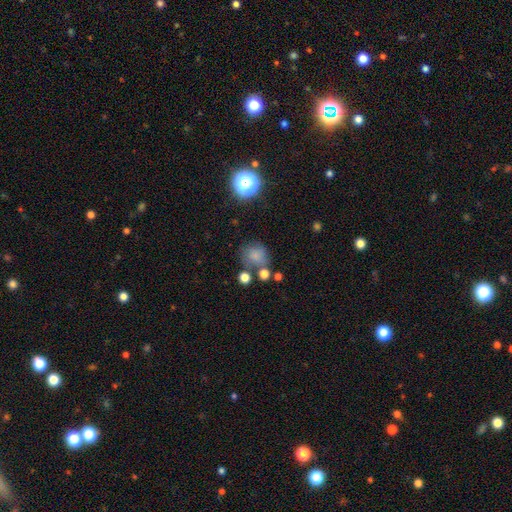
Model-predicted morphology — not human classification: Smooth or featured? Predicted: smooth (p=0.73). How rounded? Predicted: round (p=0.81). Merging? Predicted: none (p=0.59).